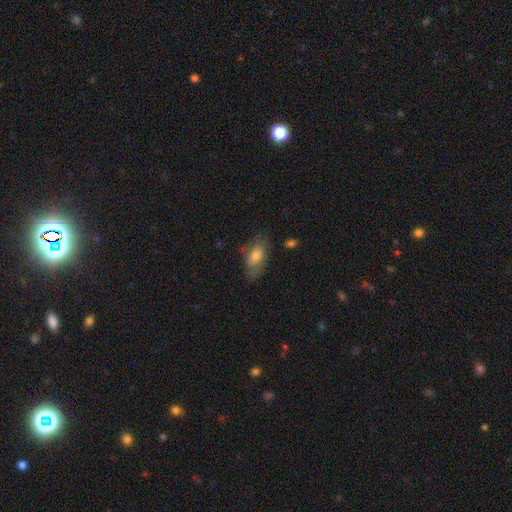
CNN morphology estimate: Smooth or featured? Predicted: smooth (p=0.65). How rounded? Predicted: in between (p=0.87). Merging? Predicted: none (p=0.63).